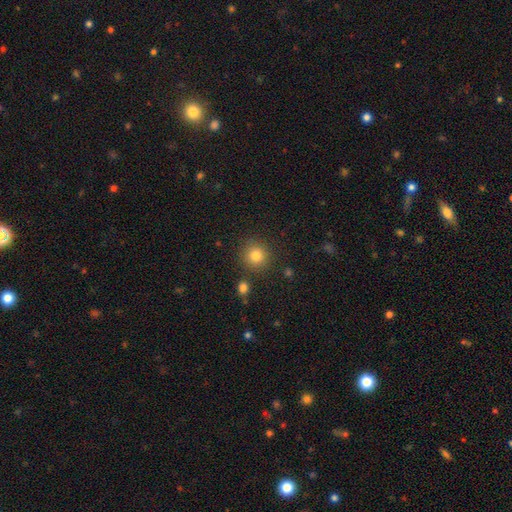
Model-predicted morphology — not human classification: A smooth galaxy with no disk features (81%) that is round (92%).

Vote fractions:
- Smooth or featured? smooth: 81% / star or artifact: 12% / featured or disk: 6%
- How rounded? round: 92% / in between: 7% / cigar-shaped: 1%
- Merging? none: 87% / minor disturbance: 7% / merger: 4% / major disturbance: 3%